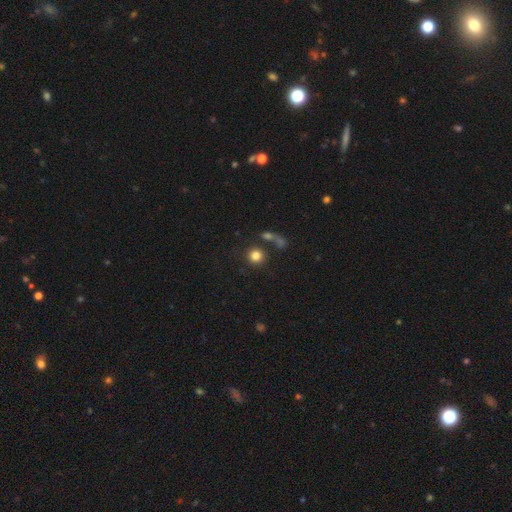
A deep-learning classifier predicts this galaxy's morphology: smooth_or_featured: smooth (p=0.81) [alt: star or artifact p=0.11]
how_rounded: round (p=0.92) [alt: in between p=0.07]
merging: none (p=0.74) [alt: merger p=0.12]